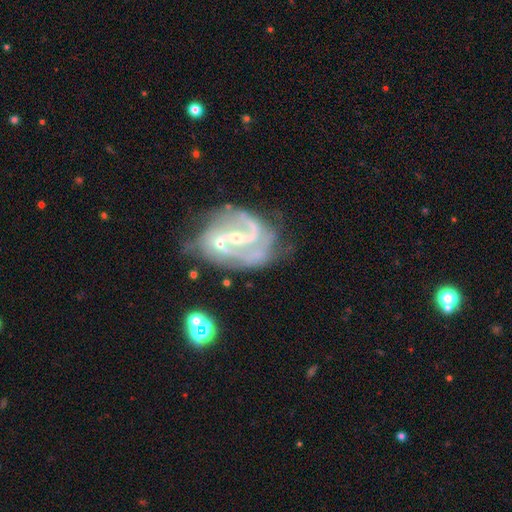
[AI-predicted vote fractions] Smooth or featured? Predicted: featured or disk (p=0.89). Edge-on disk? Predicted: no (p=0.98). Bar? Predicted: weak (p=0.40). Spiral arms? Predicted: yes (p=0.96). Spiral winding? Predicted: medium (p=0.54). Spiral arm count? Predicted: 2 (p=0.83). Bulge size? Predicted: small (p=0.73). Merging? Predicted: none (p=0.41).